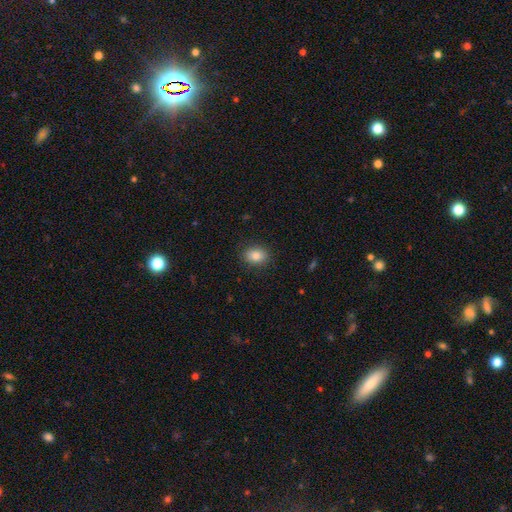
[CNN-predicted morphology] Overall: smooth (86%). How rounded: in between (60%; round 38%). Merging: none (88%).